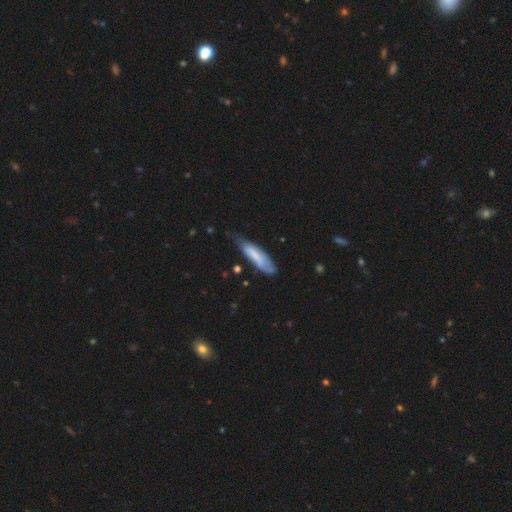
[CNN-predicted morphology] A smooth galaxy with no disk features (66%) that is cigar-shaped (56%).

Vote fractions:
- Smooth or featured? smooth: 66% / featured or disk: 28% / star or artifact: 6%
- How rounded? cigar-shaped: 56% / in between: 43% / round: 1%
- Merging? none: 42% / minor disturbance: 41% / major disturbance: 14% / merger: 3%